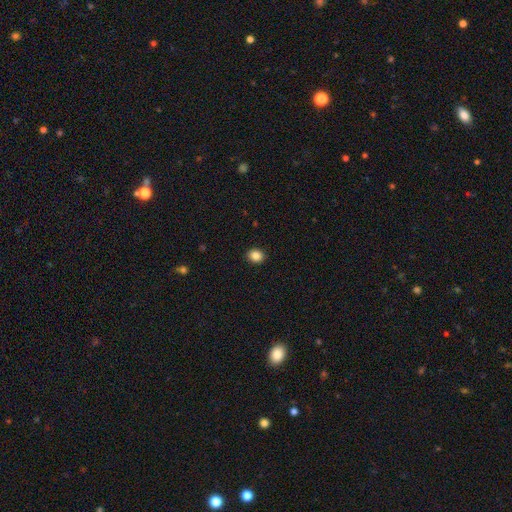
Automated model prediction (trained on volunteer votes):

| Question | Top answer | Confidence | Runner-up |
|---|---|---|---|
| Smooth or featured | smooth | 86% | star or artifact (10%) |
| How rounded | round | 64% | in between (35%) |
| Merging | none | 91% | minor disturbance (6%) |